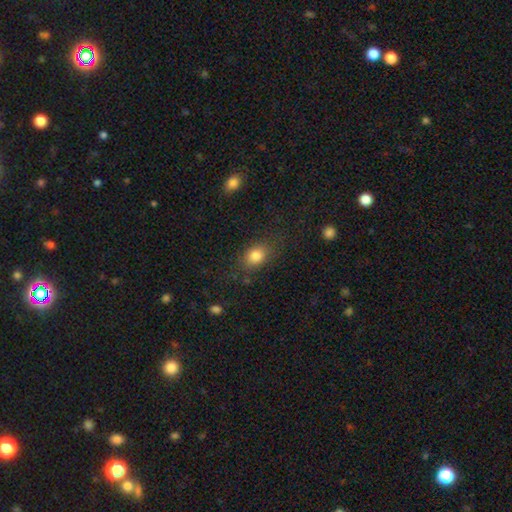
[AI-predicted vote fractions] Smooth or featured? Predicted: smooth (p=0.82). How rounded? Predicted: in between (p=0.64). Merging? Predicted: none (p=0.75).